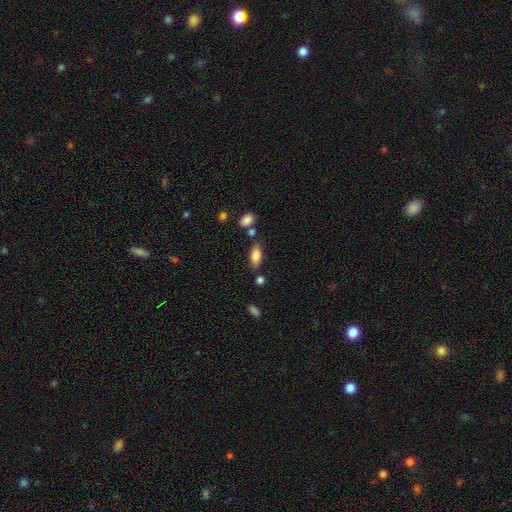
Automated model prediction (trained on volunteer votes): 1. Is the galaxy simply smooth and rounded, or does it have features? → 79% smooth, 13% featured or disk, 8% star or artifact.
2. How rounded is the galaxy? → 83% in between, 14% cigar-shaped, 3% round.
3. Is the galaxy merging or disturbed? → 75% none, 13% minor disturbance, 8% merger, 4% major disturbance.